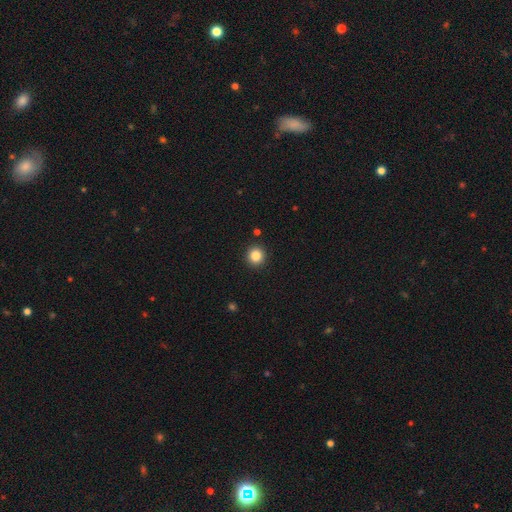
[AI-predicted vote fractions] Overall: smooth (85%). How rounded: round (93%). Merging: none (92%).